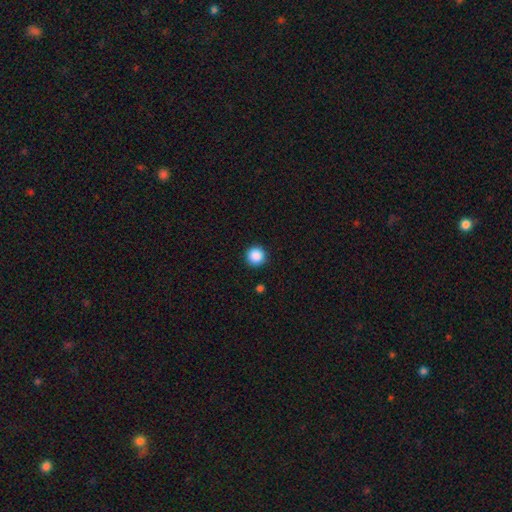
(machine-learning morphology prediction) type=smooth (88%); roundness=round (96%); merging=none (92%).